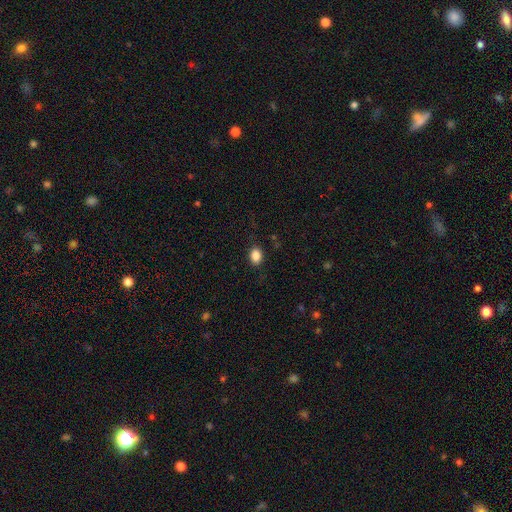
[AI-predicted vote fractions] This is clearly a smooth galaxy (86%). How rounded: likely in between (67%). Merging: clearly none (87%).